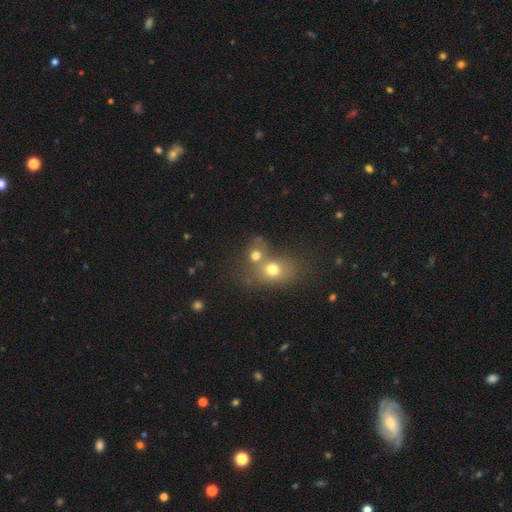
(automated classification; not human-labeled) Smooth or featured? smooth (70%)
How rounded? round (70%)
Merging? merger (53%)